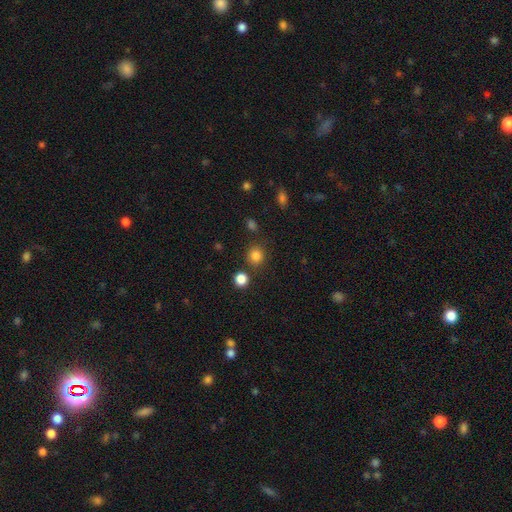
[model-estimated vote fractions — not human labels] The model was most divided on "smooth or featured": smooth: 83%, star or artifact: 13%, featured or disk: 4%. More confident: how rounded — round (87%); merging — none (80%).